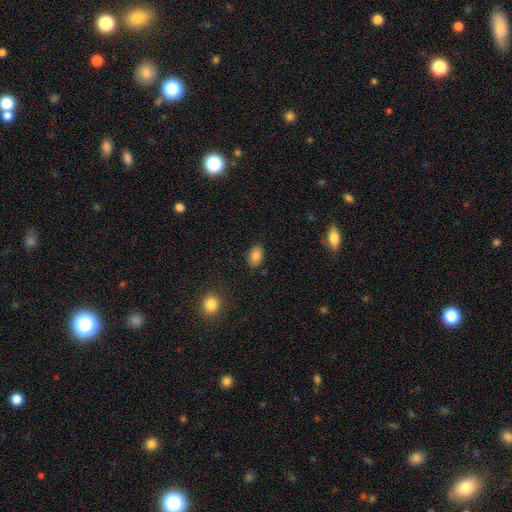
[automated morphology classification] smooth 84%, star or artifact 9%, featured or disk 8%. Down the decision tree: how rounded — in between (89%); merging — none (86%).